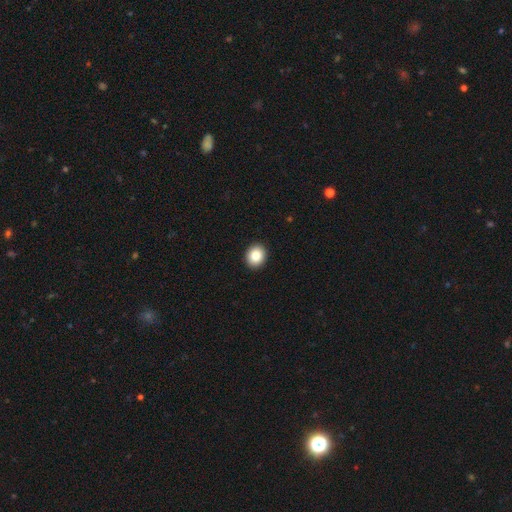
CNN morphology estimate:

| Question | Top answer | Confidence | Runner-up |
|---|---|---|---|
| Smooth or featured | smooth | 86% | star or artifact (8%) |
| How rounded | round | 69% | in between (30%) |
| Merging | none | 93% | minor disturbance (5%) |